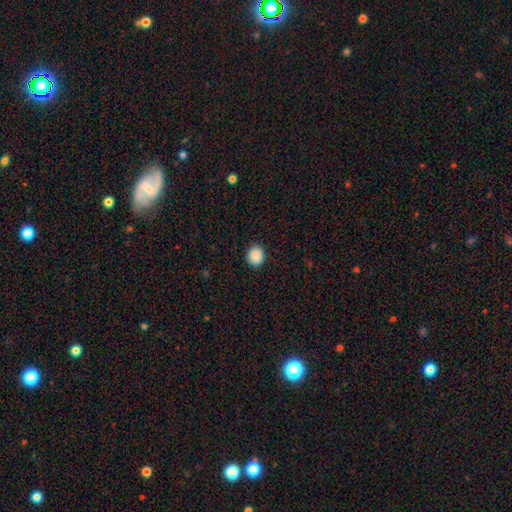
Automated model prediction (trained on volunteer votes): A smooth galaxy with no disk features (88%) that is round (82%). Merging: none (91%).